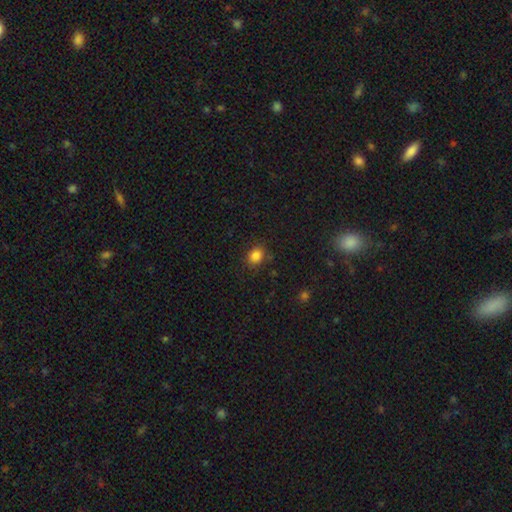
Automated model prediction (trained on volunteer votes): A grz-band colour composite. It shows a smooth galaxy with no disk features (83%) that is round (60%). Merging: none (82%).